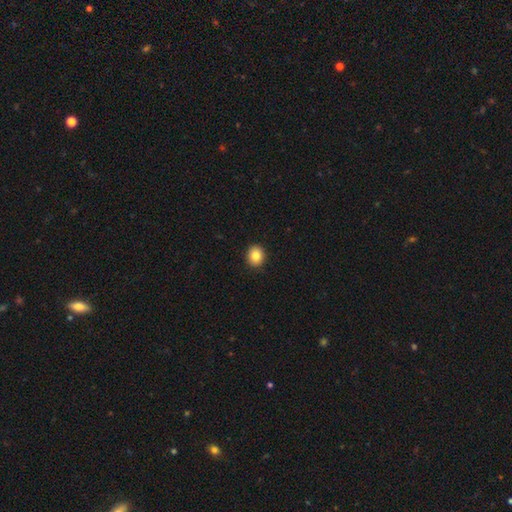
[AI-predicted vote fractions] Smooth or featured? Predicted: smooth (p=0.84). How rounded? Predicted: round (p=0.76). Merging? Predicted: none (p=0.92).